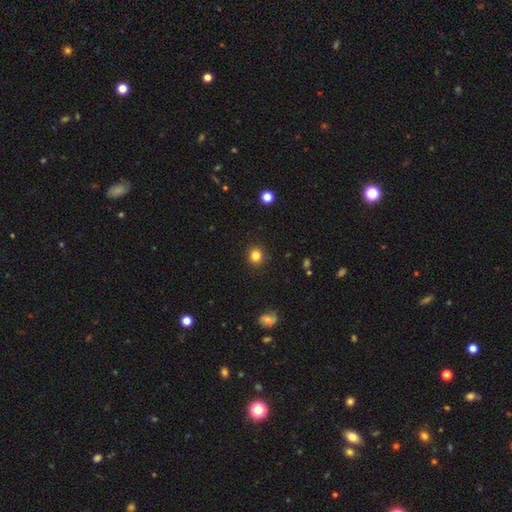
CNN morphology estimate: A smooth galaxy with no disk features (84%) that is round (90%). Merging: none (91%).